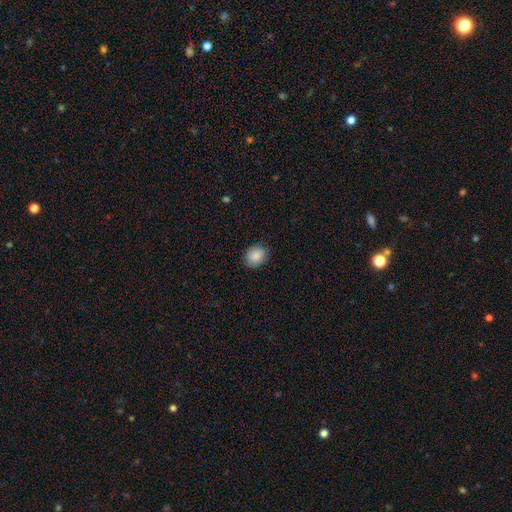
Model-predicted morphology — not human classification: smooth 86%, star or artifact 8%, featured or disk 6%. Down the decision tree: how rounded — round (57%); merging — none (85%).